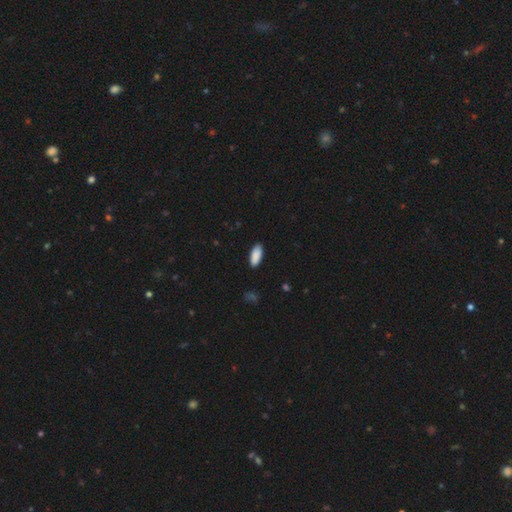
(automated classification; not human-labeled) Smooth or featured? Predicted: smooth (p=0.90). How rounded? Predicted: in between (p=0.84). Merging? Predicted: none (p=0.87).